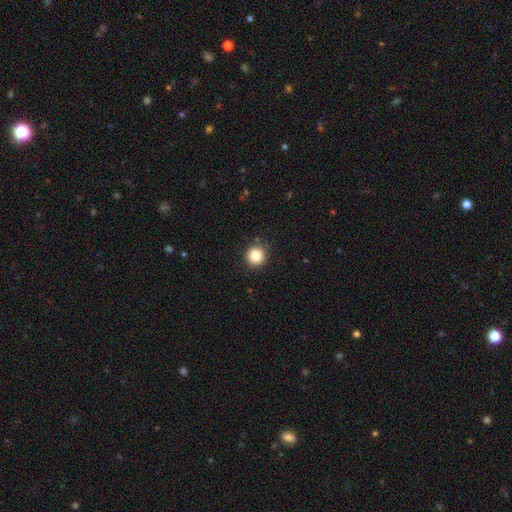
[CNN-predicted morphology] A smooth galaxy with no disk features (85%) that is round (93%). Merging: none (90%).